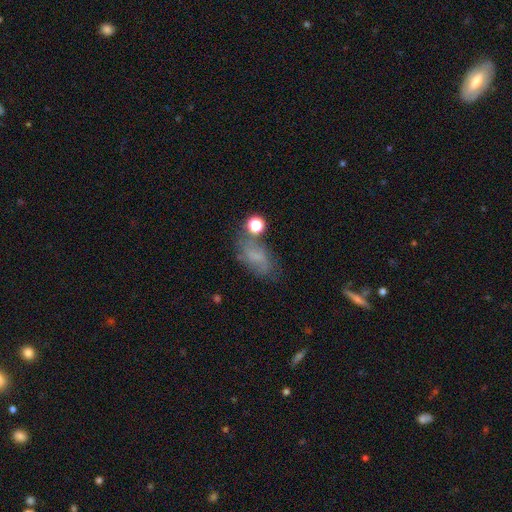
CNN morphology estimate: The model was most divided on "smooth or featured": smooth: 50%, featured or disk: 34%, star or artifact: 16%. Remaining: merging — none (50%).